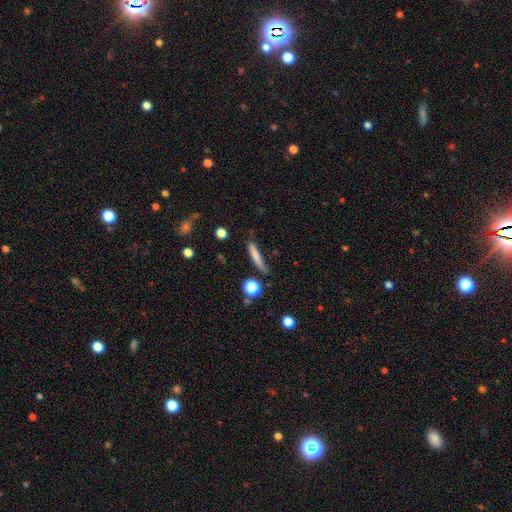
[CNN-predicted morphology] Overall: smooth (73%). How rounded: cigar-shaped (89%). Merging: none (70%).